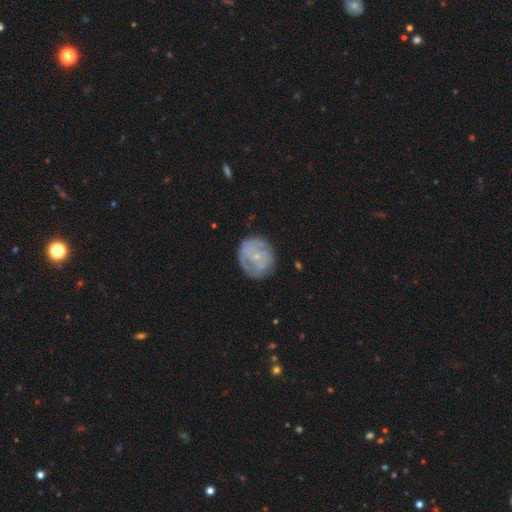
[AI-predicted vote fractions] smooth_or_featured: featured or disk (p=0.60) [alt: smooth p=0.33]
disk_edge_on: no (p=0.97) [alt: yes p=0.03]
bar: no (p=0.77) [alt: weak p=0.19]
has_spiral_arms: yes (p=0.65) [alt: no p=0.35]
bulge_size: small (p=0.78) [alt: moderate p=0.15]
merging: none (p=0.73) [alt: minor disturbance p=0.18]